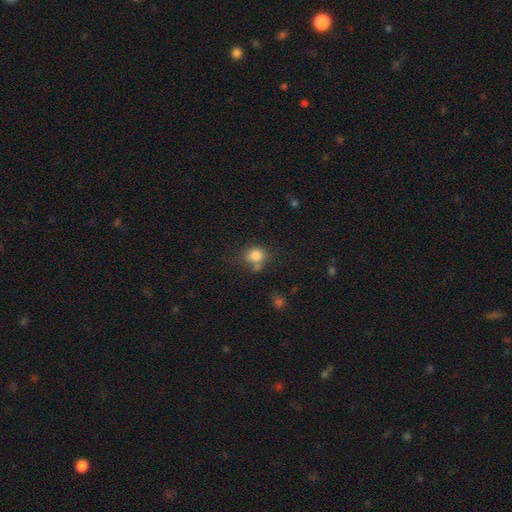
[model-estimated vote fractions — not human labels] Smooth or featured? smooth (81%)
How rounded? round (72%)
Merging? none (56%)